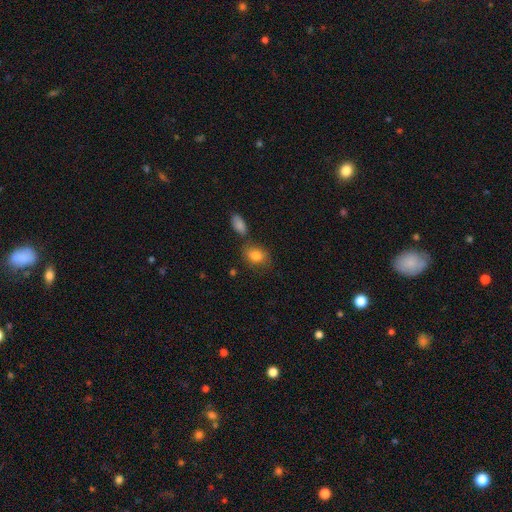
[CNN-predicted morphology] Smooth or featured? Predicted: smooth (p=0.82). How rounded? Predicted: in between (p=0.66). Merging? Predicted: none (p=0.61).